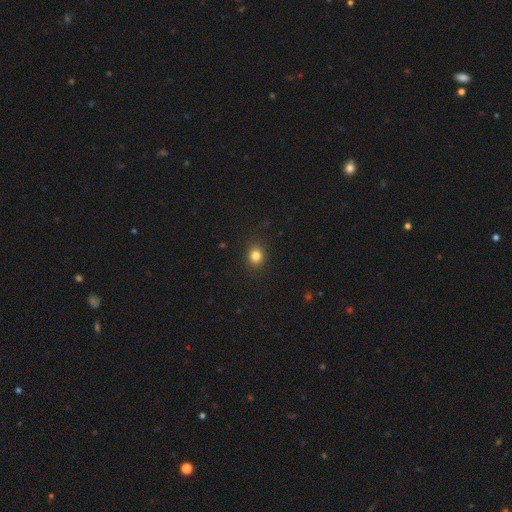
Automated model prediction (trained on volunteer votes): This appears to be a smooth galaxy with no disk features (83%) that is round (76%). Merging: none (89%).